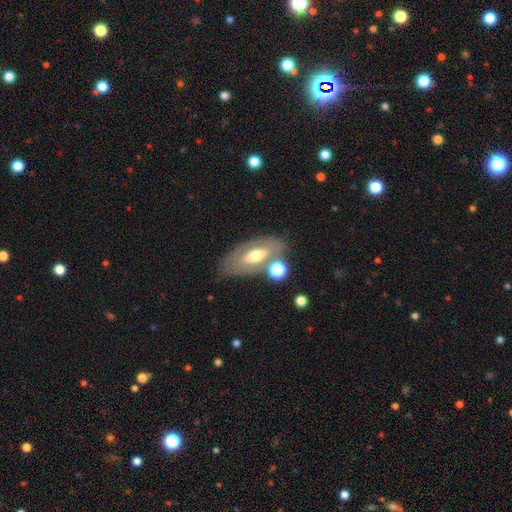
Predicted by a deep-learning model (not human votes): The model was most divided on "smooth or featured": featured or disk: 49%, smooth: 43%, star or artifact: 8%. More confident: merging — none (67%).